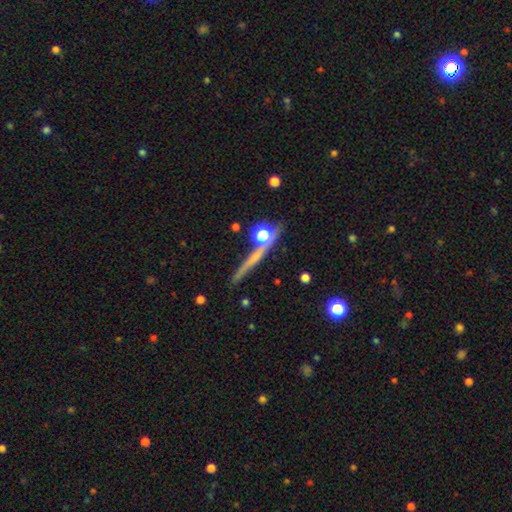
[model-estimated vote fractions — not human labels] Overall: featured or disk (47%; smooth 38%). Merging: none (74%).